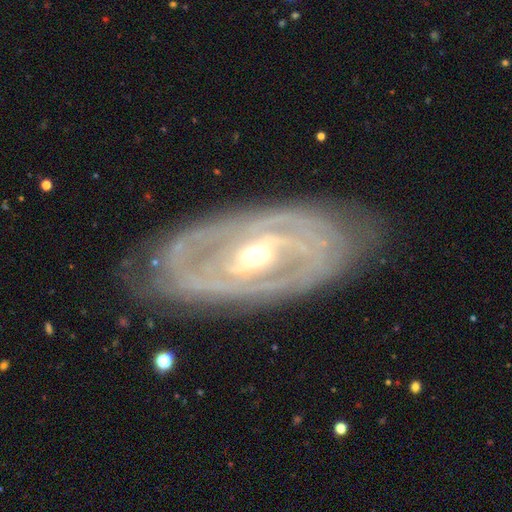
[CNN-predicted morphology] Smooth or featured? Predicted: featured or disk (p=0.88). Edge-on disk? Predicted: no (p=0.91). Bar? Predicted: weak (p=0.36, tied with no). Spiral arms? Predicted: yes (p=0.90). Spiral winding? Predicted: tight (p=0.71). Spiral arm count? Predicted: 2 (p=0.38). Bulge size? Predicted: moderate (p=0.66). Merging? Predicted: none (p=0.77).